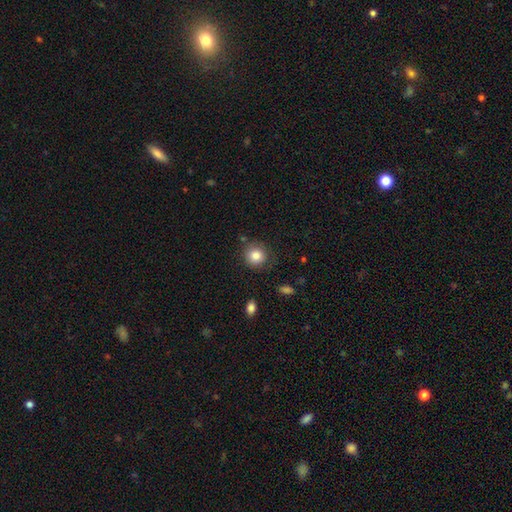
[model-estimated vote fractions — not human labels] Smooth or featured? smooth (83%)
How rounded? round (89%)
Merging? none (81%)